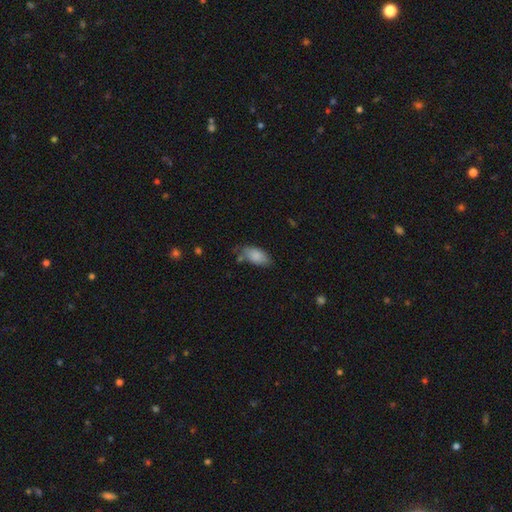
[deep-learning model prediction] This is clearly a smooth galaxy (86%). How rounded: clearly in between (92%). Merging: likely none (66%).